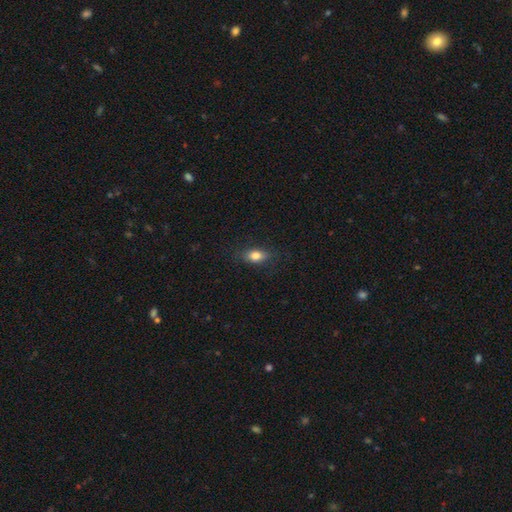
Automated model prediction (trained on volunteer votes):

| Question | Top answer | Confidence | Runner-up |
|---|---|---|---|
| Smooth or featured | smooth | 80% | featured or disk (11%) |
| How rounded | in between | 80% | round (12%) |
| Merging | none | 83% | minor disturbance (13%) |